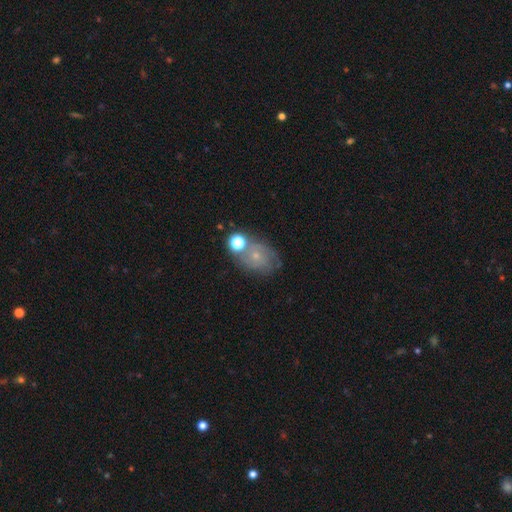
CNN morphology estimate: A featured or disk galaxy (45%). Merging: none (52%).